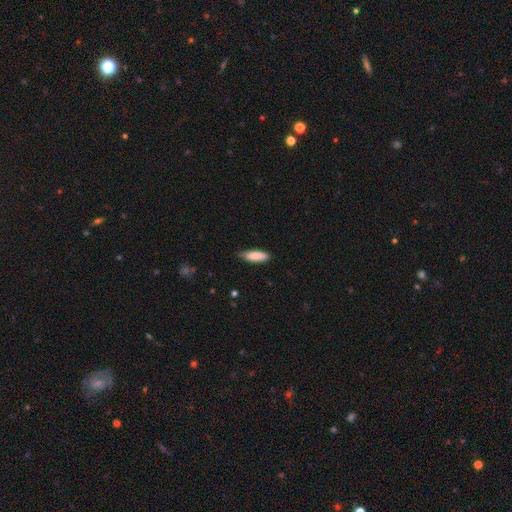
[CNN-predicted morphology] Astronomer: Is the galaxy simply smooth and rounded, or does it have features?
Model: smooth — 87%.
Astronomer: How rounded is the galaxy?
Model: in between — 51% (runner-up: cigar-shaped, 48%).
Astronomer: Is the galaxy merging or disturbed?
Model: none — 76%.